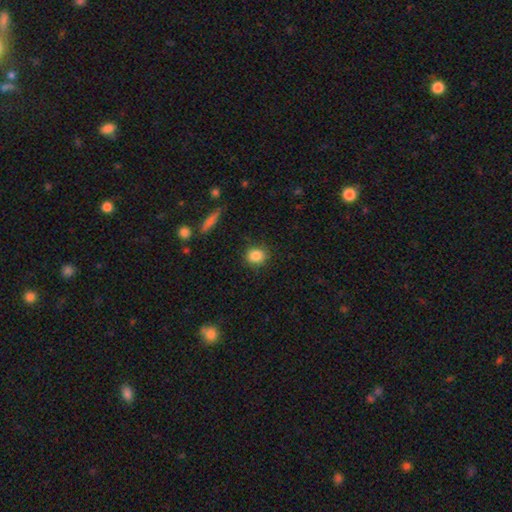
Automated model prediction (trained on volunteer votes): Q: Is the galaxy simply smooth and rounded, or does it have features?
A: smooth — 86%.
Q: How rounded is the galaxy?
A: round — 68%.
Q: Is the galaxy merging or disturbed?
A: none — 87%.